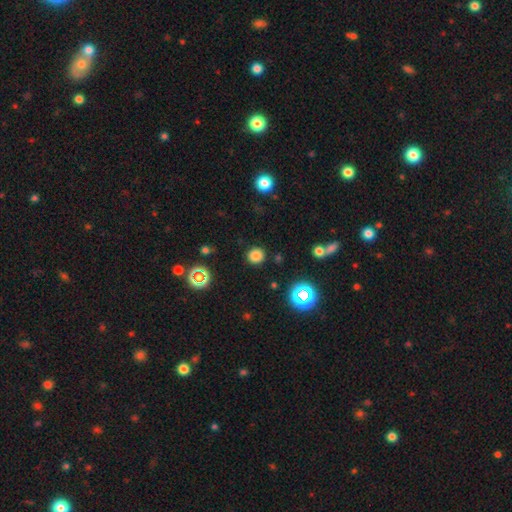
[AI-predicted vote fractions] Morphology: type=smooth (79%); roundness=round (90%); merging=none (89%).